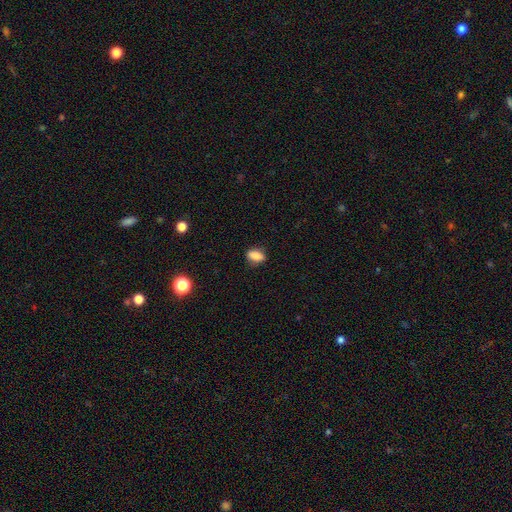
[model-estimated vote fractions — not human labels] smooth-or-featured: smooth: 82% | featured or disk: 9% | star or artifact: 9%
  how-rounded: in between: 79% | round: 11% | cigar-shaped: 10%
  merging: none: 83% | minor disturbance: 13% | major disturbance: 3% | merger: 1%